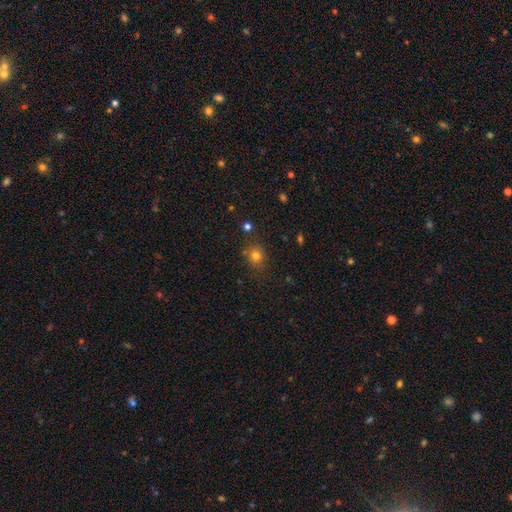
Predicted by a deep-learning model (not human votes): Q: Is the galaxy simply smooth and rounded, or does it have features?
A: smooth — 77%.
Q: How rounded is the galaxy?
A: round — 79%.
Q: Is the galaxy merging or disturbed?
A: none — 78%.